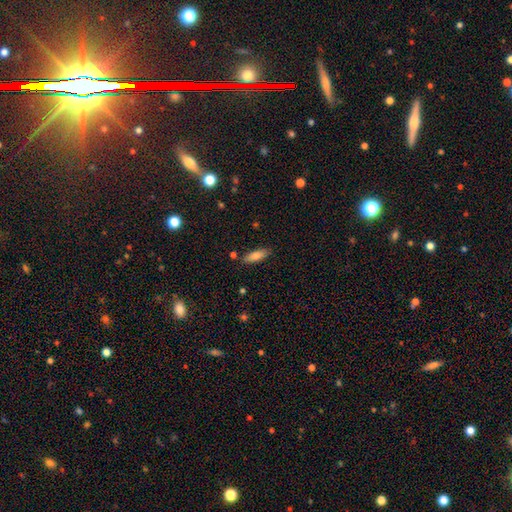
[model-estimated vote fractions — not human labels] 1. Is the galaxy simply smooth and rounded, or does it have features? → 79% smooth, 14% featured or disk, 7% star or artifact.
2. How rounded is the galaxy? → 59% in between, 39% cigar-shaped, 2% round.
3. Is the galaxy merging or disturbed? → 82% none, 12% minor disturbance, 4% merger, 2% major disturbance.